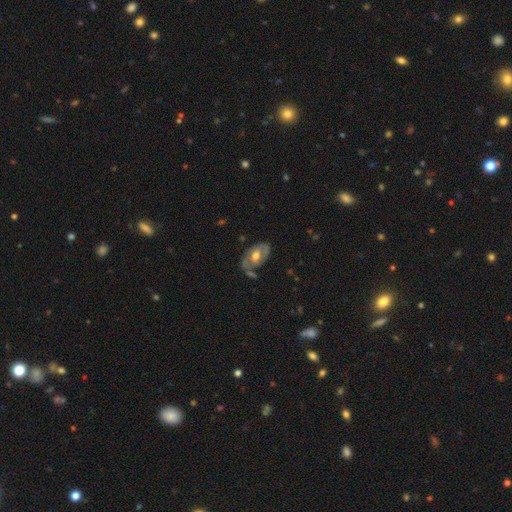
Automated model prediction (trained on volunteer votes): A featured or disk galaxy (69%) with no bar (54%), spiral arms (65%) and a moderate central bulge (69%). Merging: none (53%).